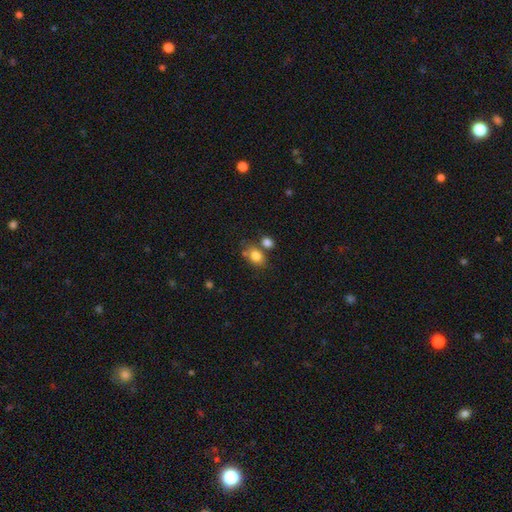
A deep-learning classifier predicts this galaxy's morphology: A smooth galaxy with no disk features (81%) that is in between round and cigar-shaped (73%).

Vote fractions:
- Smooth or featured? smooth: 81% / star or artifact: 10% / featured or disk: 9%
- How rounded? in between: 73% / round: 25% / cigar-shaped: 1%
- Merging? none: 55% / merger: 24% / minor disturbance: 15% / major disturbance: 5%